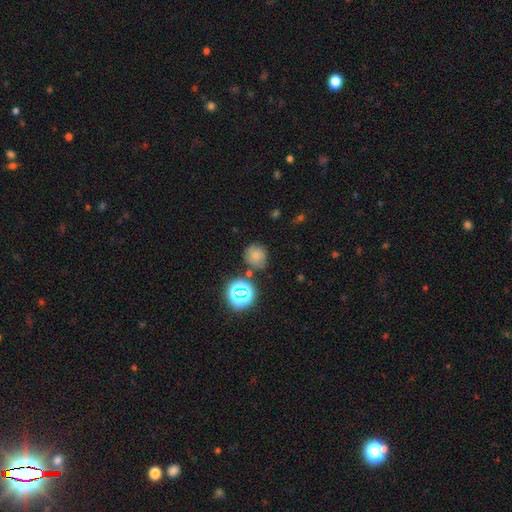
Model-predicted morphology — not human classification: Smooth or featured: smooth — 68% (star or artifact — 20%)
How rounded: round — 85% (in between — 14%)
Merging: none — 74% (minor disturbance — 15%)